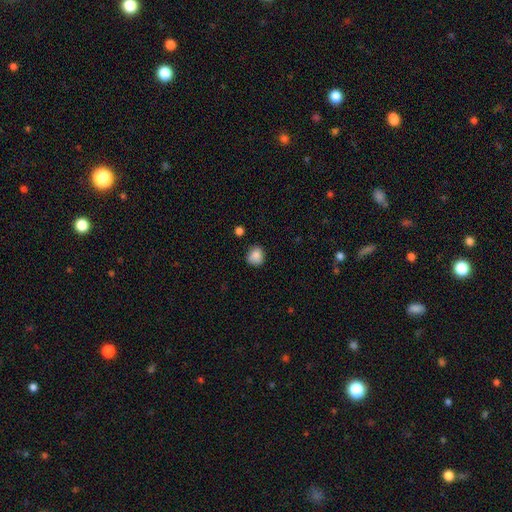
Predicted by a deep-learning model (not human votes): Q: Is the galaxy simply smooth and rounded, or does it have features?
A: smooth — 85%.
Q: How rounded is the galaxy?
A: round — 81%.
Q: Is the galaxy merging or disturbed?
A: none — 75%.